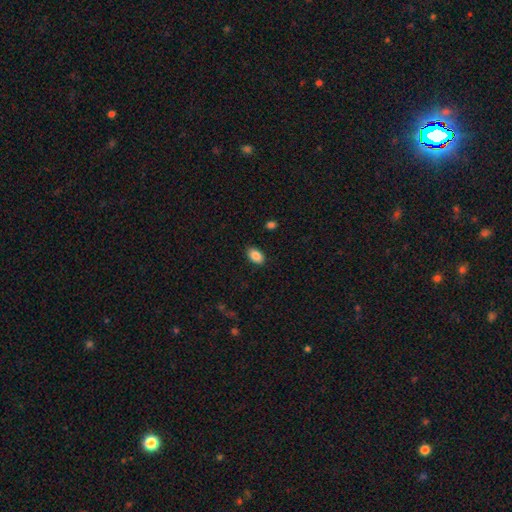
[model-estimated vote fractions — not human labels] A smooth galaxy with no disk features (87%) that is in between round and cigar-shaped (91%).

Vote fractions:
- Smooth or featured? smooth: 87% / star or artifact: 8% / featured or disk: 5%
- How rounded? in between: 91% / round: 8% / cigar-shaped: 1%
- Merging? none: 88% / minor disturbance: 9% / major disturbance: 2% / merger: 1%